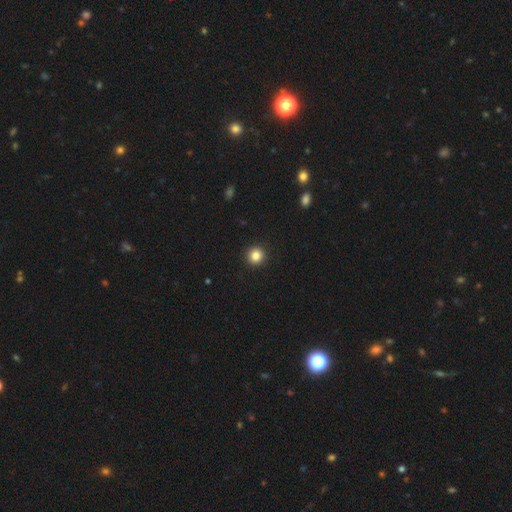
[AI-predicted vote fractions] The model was most divided on "smooth or featured": smooth: 85%, star or artifact: 11%, featured or disk: 5%. More confident: how rounded — round (93%); merging — none (93%).